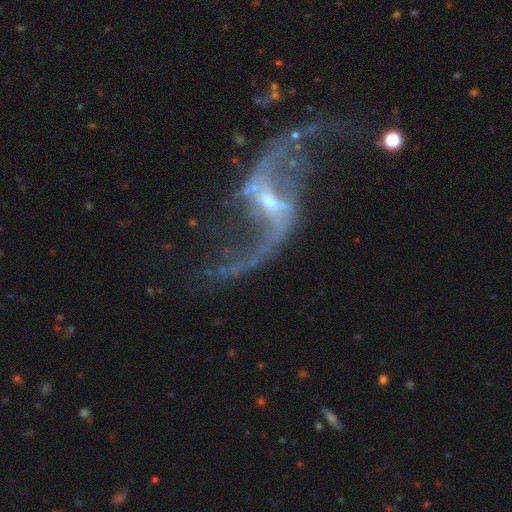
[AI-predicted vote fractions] This is clearly a featured or disk galaxy (92%). It is clearly not viewed edge-on (96%). Bar: possibly strong (46%). Spiral arm pattern: clearly yes (97%). Spiral arm count: clearly 2 (94%). Spiral winding: clearly loose (91%). Central bulge: likely small (74%). Merging: likely none (69%).